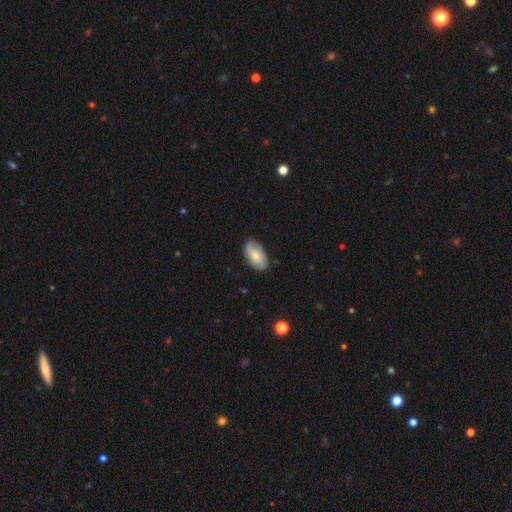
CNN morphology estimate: The model was most divided on "smooth or featured": smooth: 72%, featured or disk: 22%, star or artifact: 6%. More confident: how rounded — in between (95%); merging — none (83%).